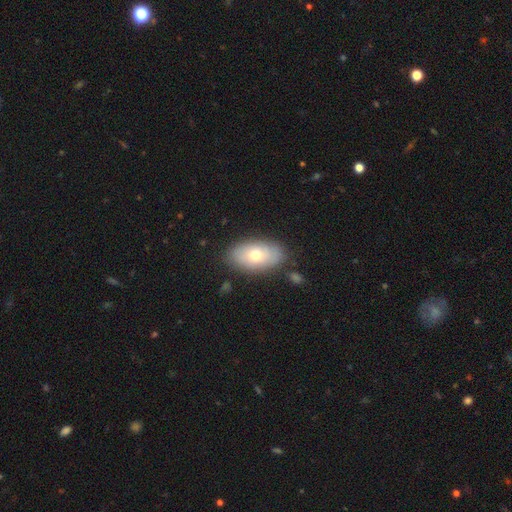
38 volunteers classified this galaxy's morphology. Overall: smooth (74%). How rounded: in between (96%). Merging: none (84%).